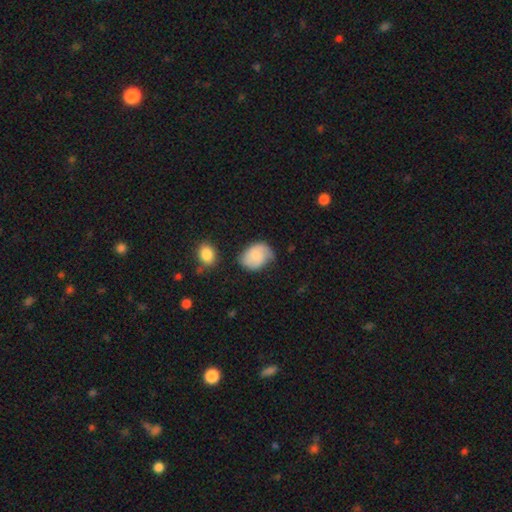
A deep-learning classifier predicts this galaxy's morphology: type=smooth (52%); roundness=in between (64%); merging=none (57%).